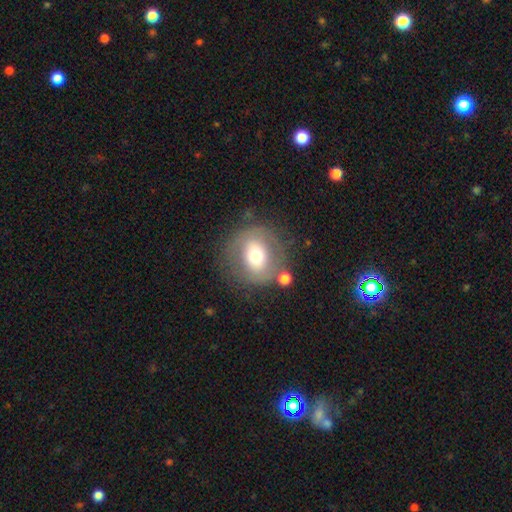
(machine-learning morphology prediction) This appears to be a smooth galaxy with no disk features (57%) that is round (83%). Merging: none (72%).